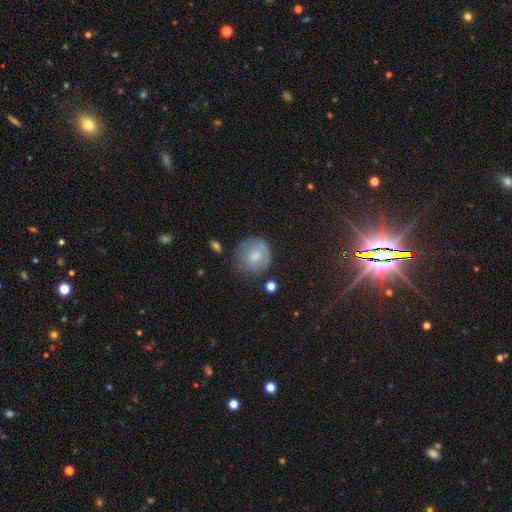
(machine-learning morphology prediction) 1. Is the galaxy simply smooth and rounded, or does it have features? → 71% smooth, 21% featured or disk, 9% star or artifact.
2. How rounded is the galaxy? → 89% round, 10% in between, 1% cigar-shaped.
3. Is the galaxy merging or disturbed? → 64% none, 25% minor disturbance, 8% major disturbance, 3% merger.